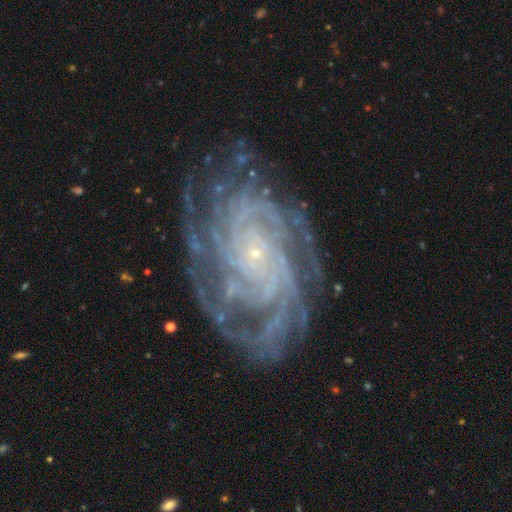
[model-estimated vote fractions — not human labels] smooth-or-featured: featured or disk: 91% | star or artifact: 6% | smooth: 4%
  disk-edge-on: no: 97% | yes: 3%
    bar: no: 75% | weak: 17% | strong: 8%
    has-spiral-arms: yes: 98% | no: 2%
      spiral-winding: tight: 77% | medium: 19% | loose: 3%
      spiral-arm-count: more than 4: 28% | 4: 24% | can't tell: 17% | 3: 13% | 2: 10% | 1: 8%
    bulge-size: small: 89% | moderate: 6% | none: 3% | large: 1% | dominant: 1%
  merging: none: 75% | minor disturbance: 16% | major disturbance: 7% | merger: 2%